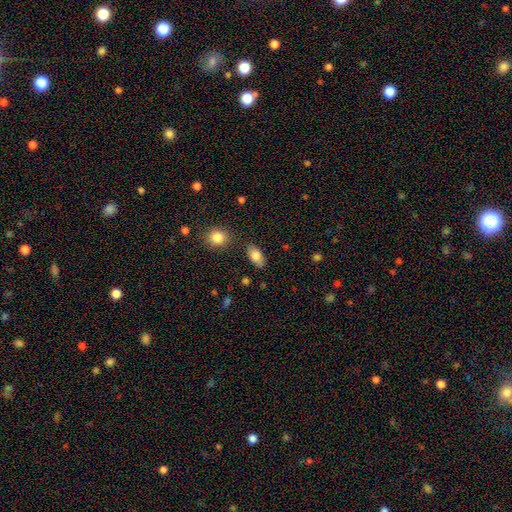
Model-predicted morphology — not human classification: Smooth or featured? smooth (83%)
How rounded? in between (91%)
Merging? none (81%)